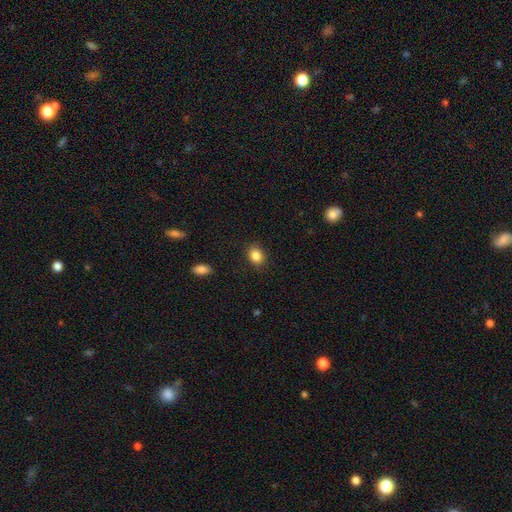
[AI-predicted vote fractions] smooth_or_featured: smooth (p=0.86) [alt: star or artifact p=0.09]
how_rounded: in between (p=0.54) [alt: round p=0.45]
merging: none (p=0.87) [alt: minor disturbance p=0.10]